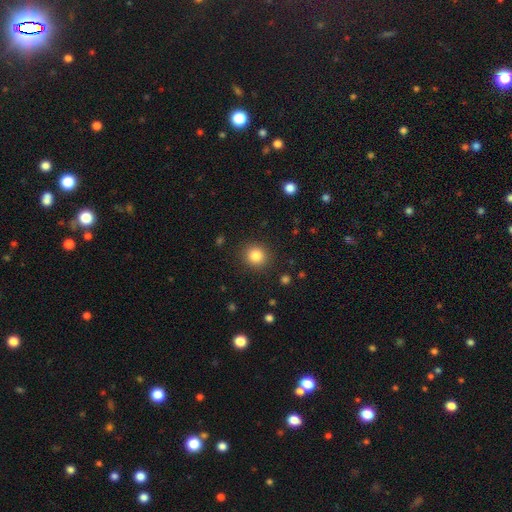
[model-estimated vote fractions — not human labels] smooth_or_featured: smooth (p=0.84) [alt: star or artifact p=0.11]
how_rounded: round (p=0.89) [alt: in between p=0.10]
merging: none (p=0.89) [alt: minor disturbance p=0.07]